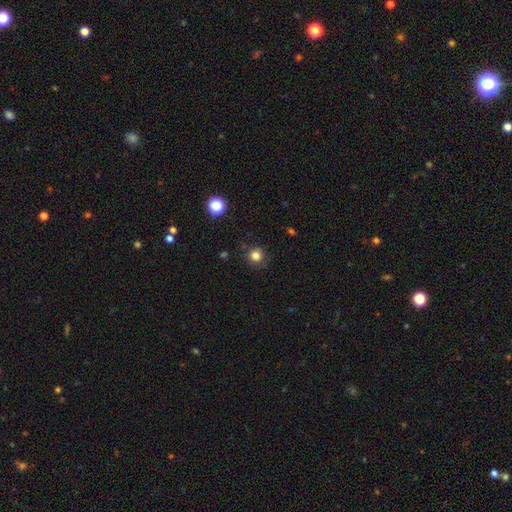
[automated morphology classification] smooth_or_featured: smooth (p=0.81) [alt: star or artifact p=0.13]
how_rounded: round (p=0.92) [alt: in between p=0.07]
merging: none (p=0.85) [alt: minor disturbance p=0.10]